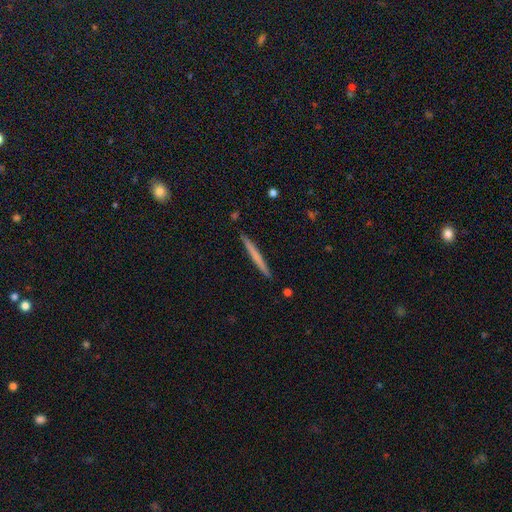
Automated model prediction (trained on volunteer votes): This is possibly a smooth galaxy (58%). How rounded: clearly cigar-shaped (97%). Merging: clearly none (92%).